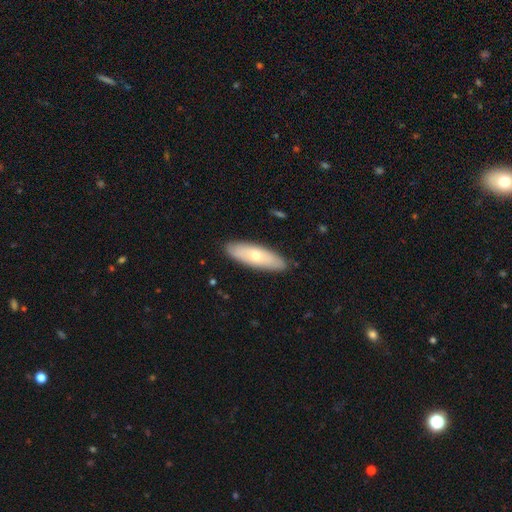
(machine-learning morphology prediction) type=smooth (60%); roundness=in between (57%); merging=none (87%).